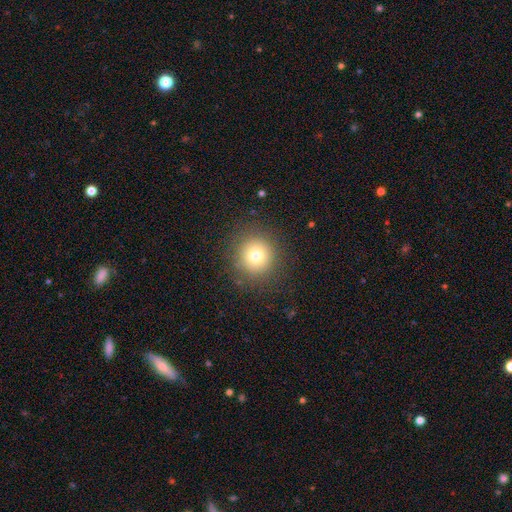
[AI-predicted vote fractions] The model was most divided on "smooth or featured": smooth: 75%, star or artifact: 14%, featured or disk: 10%. More confident: how rounded — round (93%); merging — none (88%).